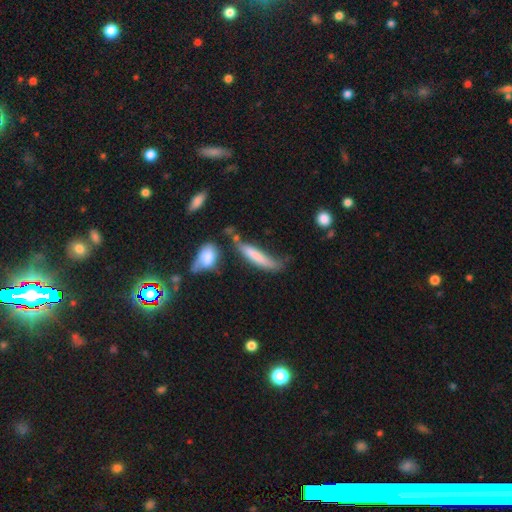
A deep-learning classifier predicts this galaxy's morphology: Smooth or featured? Predicted: smooth (p=0.69). How rounded? Predicted: cigar-shaped (p=0.82). Merging? Predicted: none (p=0.37).